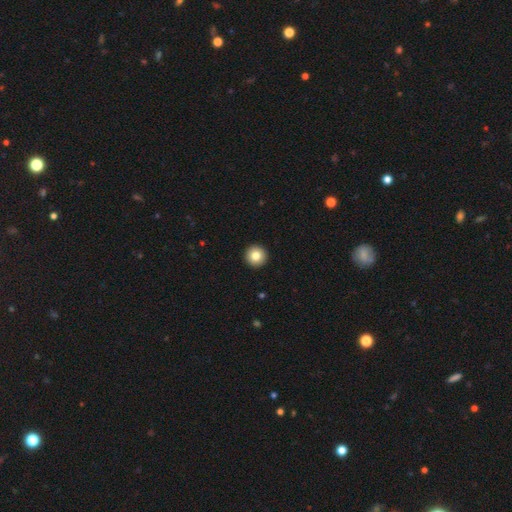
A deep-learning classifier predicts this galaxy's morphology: This appears to be a smooth galaxy with no disk features (82%) that is round (97%). Merging: none (94%).